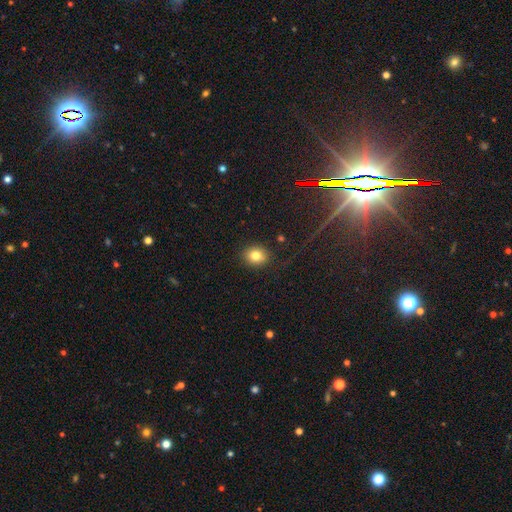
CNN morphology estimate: A smooth galaxy with no disk features (81%) that is round (62%).

Vote fractions:
- Smooth or featured? smooth: 81% / star or artifact: 11% / featured or disk: 8%
- How rounded? round: 62% / in between: 37% / cigar-shaped: 1%
- Merging? none: 88% / minor disturbance: 8% / major disturbance: 2% / merger: 1%